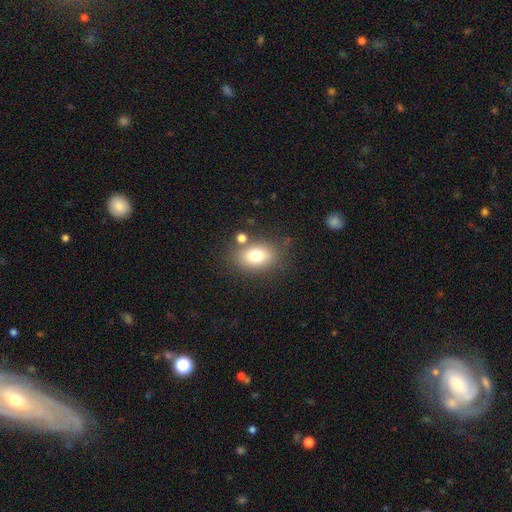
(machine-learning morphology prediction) smooth-or-featured: smooth: 76% | featured or disk: 14% | star or artifact: 11%
  how-rounded: in between: 75% | round: 23% | cigar-shaped: 1%
  merging: none: 72% | minor disturbance: 14% | merger: 9% | major disturbance: 5%